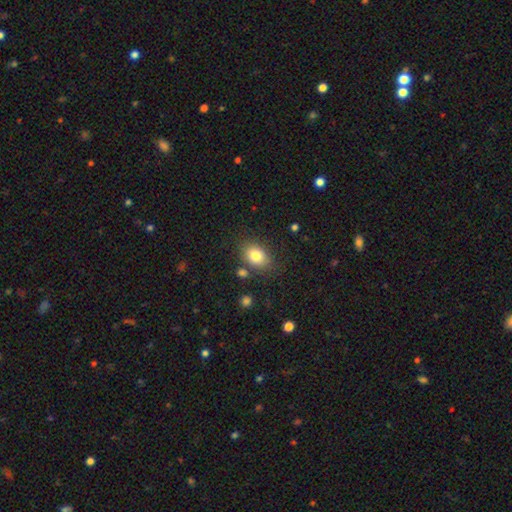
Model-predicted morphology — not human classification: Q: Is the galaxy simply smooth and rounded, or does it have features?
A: smooth — 81%.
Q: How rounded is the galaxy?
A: in between — 71%.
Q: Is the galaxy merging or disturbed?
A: none — 76%.